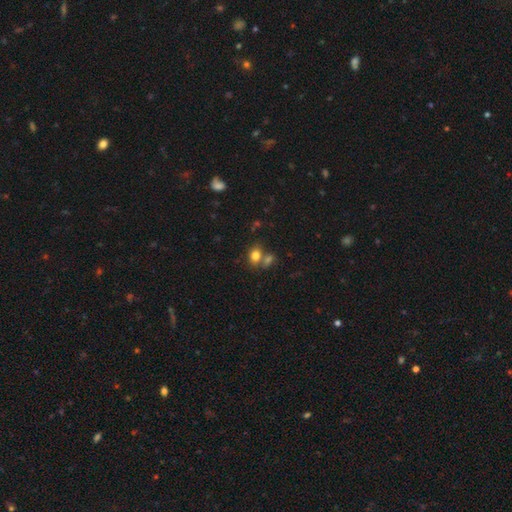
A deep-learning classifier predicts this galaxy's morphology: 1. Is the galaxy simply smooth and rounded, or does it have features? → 79% smooth, 11% star or artifact, 10% featured or disk.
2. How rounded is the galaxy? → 67% in between, 32% round, 1% cigar-shaped.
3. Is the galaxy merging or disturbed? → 47% none, 37% merger, 11% minor disturbance, 4% major disturbance.